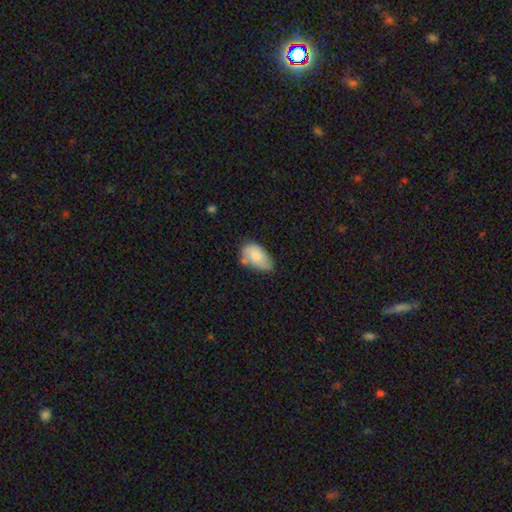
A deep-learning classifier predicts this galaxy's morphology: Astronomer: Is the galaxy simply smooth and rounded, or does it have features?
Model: smooth — 75%.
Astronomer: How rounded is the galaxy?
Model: in between — 93%.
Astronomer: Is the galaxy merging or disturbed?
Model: none — 44% (runner-up: minor disturbance, 38%).